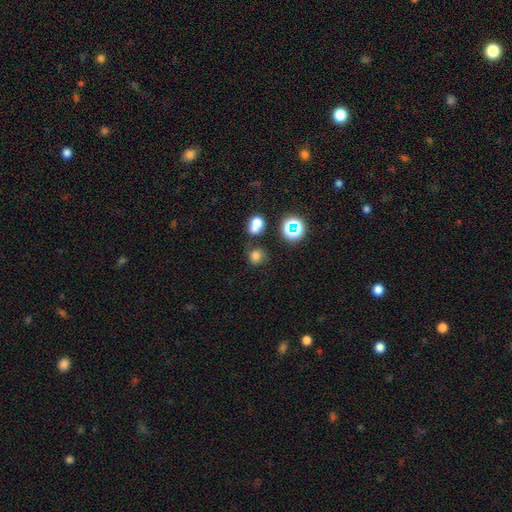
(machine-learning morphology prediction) Smooth or featured: smooth — 71% (star or artifact — 20%)
How rounded: round — 80% (in between — 19%)
Merging: none — 68% (minor disturbance — 16%)